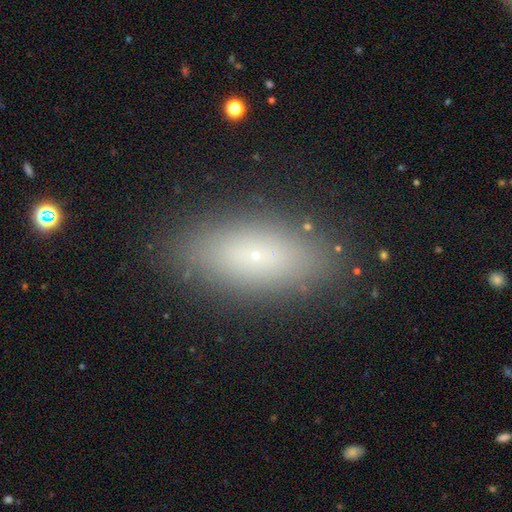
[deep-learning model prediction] smooth_or_featured: smooth (p=0.66) [alt: featured or disk p=0.21]
how_rounded: in between (p=0.75) [alt: cigar-shaped p=0.19]
merging: none (p=0.87) [alt: minor disturbance p=0.09]